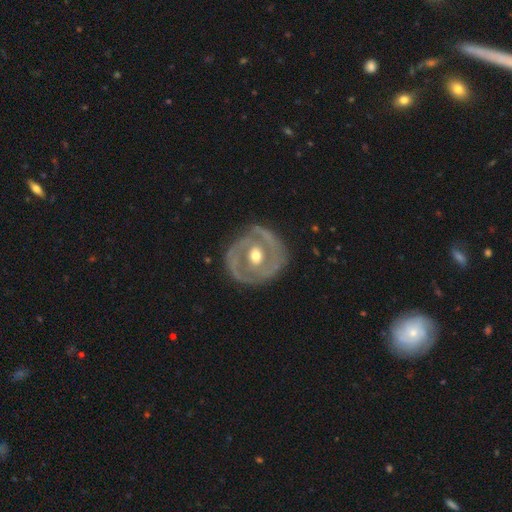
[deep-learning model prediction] A featured or disk galaxy (81%) with no bar (56%), 2 (49%) tight (62%) spiral arms (69%) and a moderate central bulge (77%). Merging: none (77%).